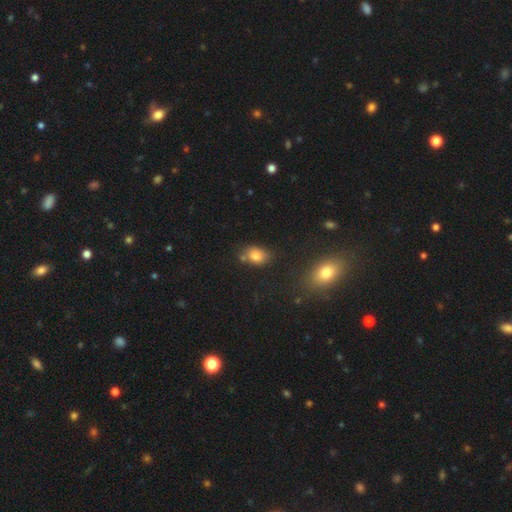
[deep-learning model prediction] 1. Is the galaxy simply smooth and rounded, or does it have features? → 79% smooth, 12% star or artifact, 9% featured or disk.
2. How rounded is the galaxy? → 66% in between, 32% round, 2% cigar-shaped.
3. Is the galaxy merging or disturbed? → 66% none, 17% minor disturbance, 12% merger, 5% major disturbance.